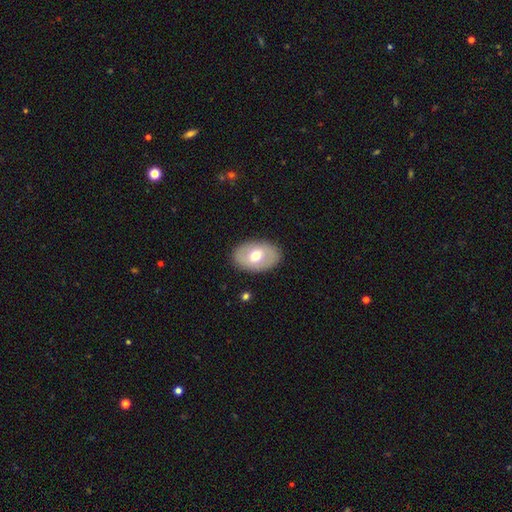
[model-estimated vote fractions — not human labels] Smooth or featured? smooth (56%)
How rounded? in between (84%)
Merging? none (86%)